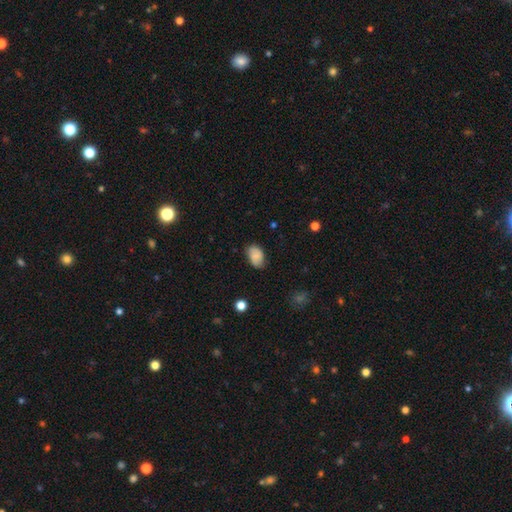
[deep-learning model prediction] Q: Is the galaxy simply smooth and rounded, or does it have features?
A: smooth — 77%.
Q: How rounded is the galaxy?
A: in between — 87%.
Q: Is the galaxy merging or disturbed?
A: none — 71%.